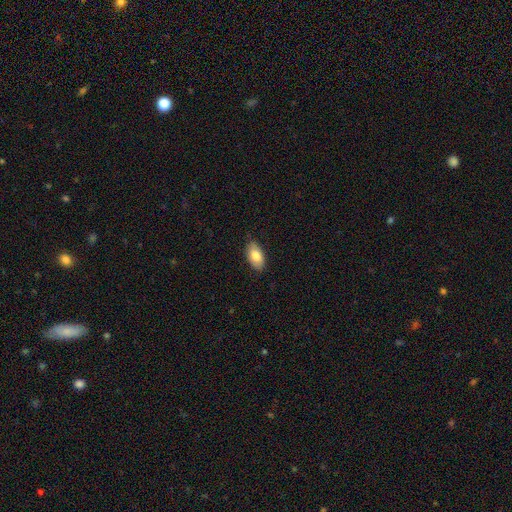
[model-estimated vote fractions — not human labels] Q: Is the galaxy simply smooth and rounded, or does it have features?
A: smooth — 81%.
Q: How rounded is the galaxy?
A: in between — 94%.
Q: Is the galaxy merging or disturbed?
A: none — 84%.